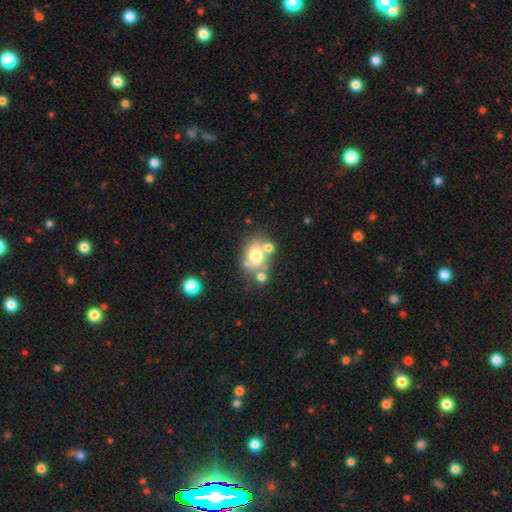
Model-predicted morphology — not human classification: smooth-or-featured: smooth: 61% | featured or disk: 27% | star or artifact: 12%
  how-rounded: in between: 62% | round: 36% | cigar-shaped: 2%
  merging: none: 46% | merger: 31% | minor disturbance: 14% | major disturbance: 8%